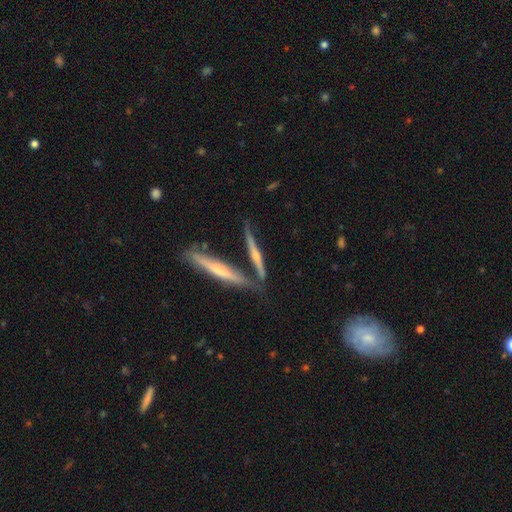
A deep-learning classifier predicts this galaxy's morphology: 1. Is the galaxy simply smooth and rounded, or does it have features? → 64% featured or disk, 27% smooth, 9% star or artifact.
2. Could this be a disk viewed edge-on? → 91% yes, 9% no.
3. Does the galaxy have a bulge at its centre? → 60% rounded, 31% none, 10% boxy.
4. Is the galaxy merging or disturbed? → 70% none, 14% merger, 12% minor disturbance, 4% major disturbance.